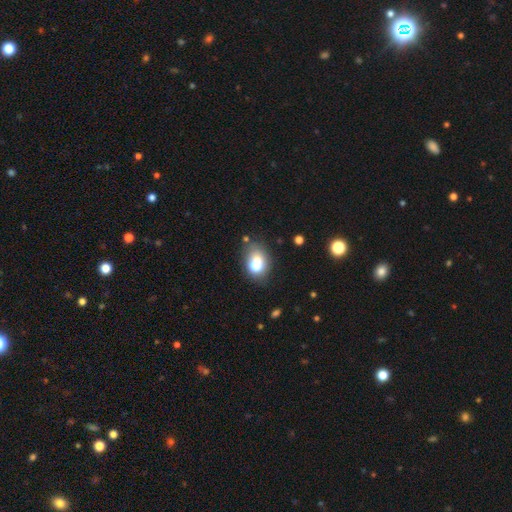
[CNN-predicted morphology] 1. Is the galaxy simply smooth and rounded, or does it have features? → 74% smooth, 14% star or artifact, 11% featured or disk.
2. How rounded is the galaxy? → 65% in between, 33% round, 1% cigar-shaped.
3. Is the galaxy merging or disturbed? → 68% none, 19% minor disturbance, 6% merger, 6% major disturbance.